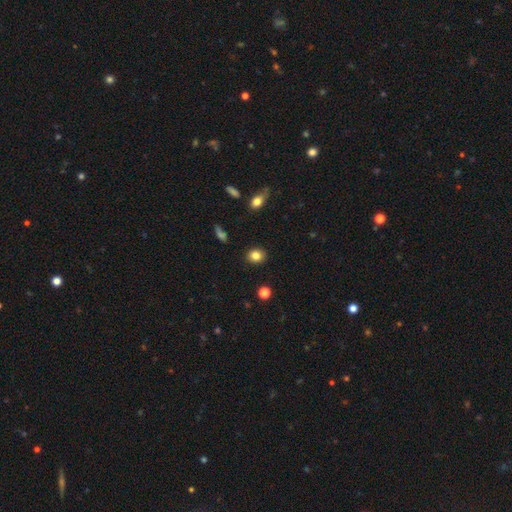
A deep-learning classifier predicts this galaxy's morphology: A smooth galaxy with no disk features (83%) that is round (65%). Merging: none (90%).